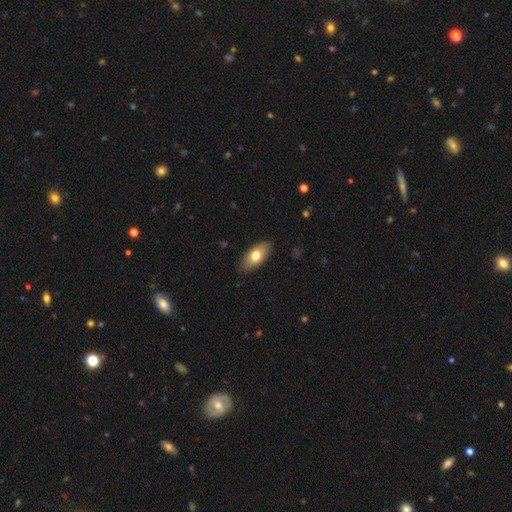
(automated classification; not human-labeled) This appears to be a smooth galaxy with no disk features (74%) that is in between round and cigar-shaped (89%). Merging: none (87%).